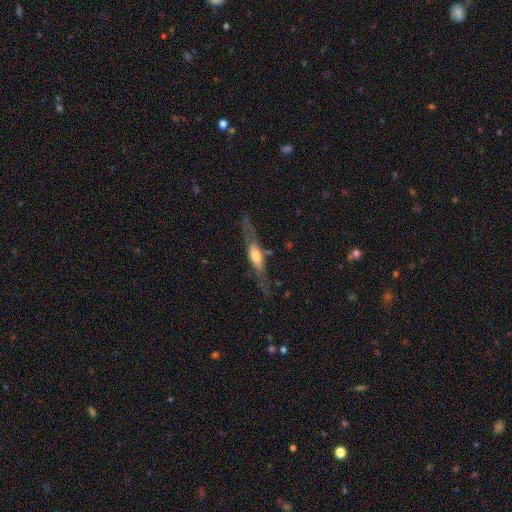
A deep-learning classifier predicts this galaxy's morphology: Smooth or featured?
  - featured or disk: 63% *
  - smooth: 32%
  - star or artifact: 6%
Edge-on disk?
  - yes: 78% *
  - no: 22%
Merging?
  - none: 68% *
  - minor disturbance: 19%
  - major disturbance: 10%
  - merger: 3%